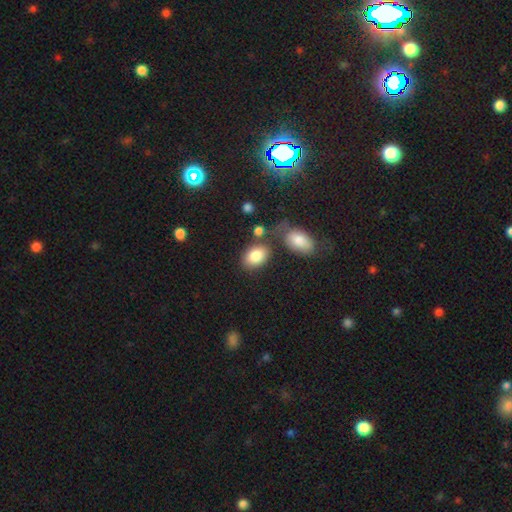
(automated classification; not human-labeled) The model was most divided on "merging": none: 64%, merger: 15%, minor disturbance: 15%, major disturbance: 6%. More confident: how rounded — in between (85%); smooth or featured — smooth (85%).